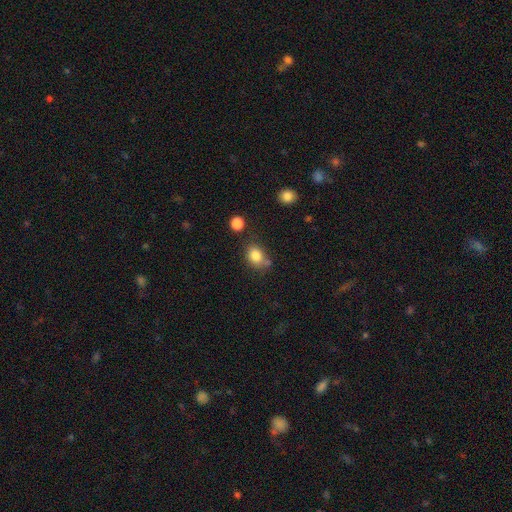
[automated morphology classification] smooth 82%, star or artifact 10%, featured or disk 7%. Down the decision tree: how rounded — in between (56%); merging — none (63%).